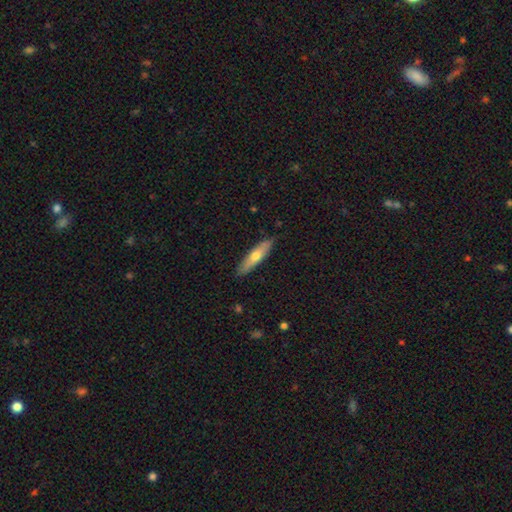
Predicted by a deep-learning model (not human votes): smooth_or_featured: smooth (p=0.57) [alt: featured or disk p=0.37]
how_rounded: cigar-shaped (p=0.74) [alt: in between p=0.24]
merging: none (p=0.87) [alt: minor disturbance p=0.10]